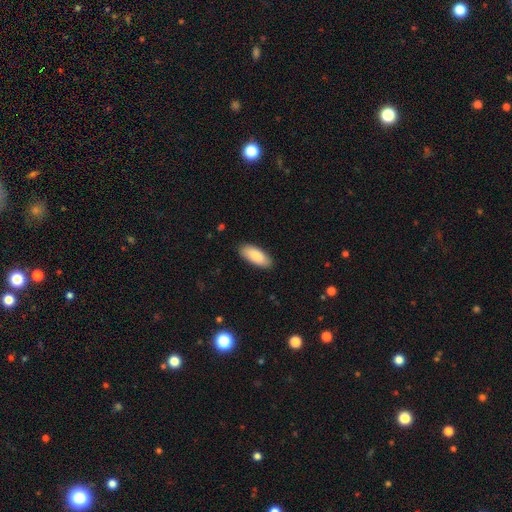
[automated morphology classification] A smooth galaxy with no disk features (86%) that is in between round and cigar-shaped (86%). Merging: none (88%).